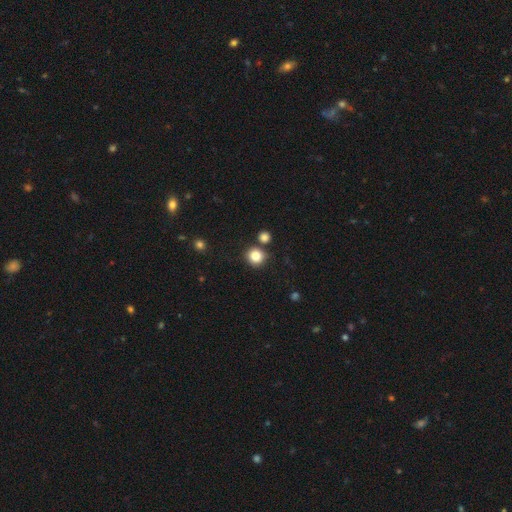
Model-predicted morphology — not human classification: Smooth or featured? Predicted: smooth (p=0.84). How rounded? Predicted: round (p=0.89). Merging? Predicted: none (p=0.77).